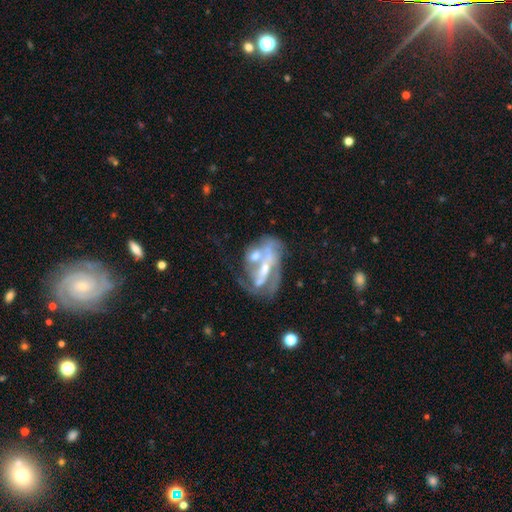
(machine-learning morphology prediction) smooth-or-featured: featured or disk: 71% | smooth: 20% | star or artifact: 9%
  disk-edge-on: no: 95% | yes: 5%
    bar: no: 49% | weak: 29% | strong: 22%
    has-spiral-arms: yes: 53% | no: 47%
    bulge-size: moderate: 46% | small: 34% | none: 11% | large: 7% | dominant: 2%
  merging: merger: 46% | major disturbance: 22% | none: 20% | minor disturbance: 12%